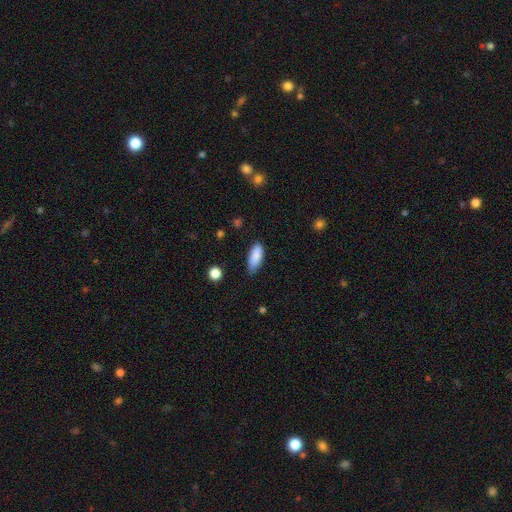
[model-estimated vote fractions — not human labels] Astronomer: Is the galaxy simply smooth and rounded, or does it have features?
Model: smooth — 86%.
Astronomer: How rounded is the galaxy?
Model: in between — 78%.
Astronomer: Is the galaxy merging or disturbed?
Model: none — 63%.